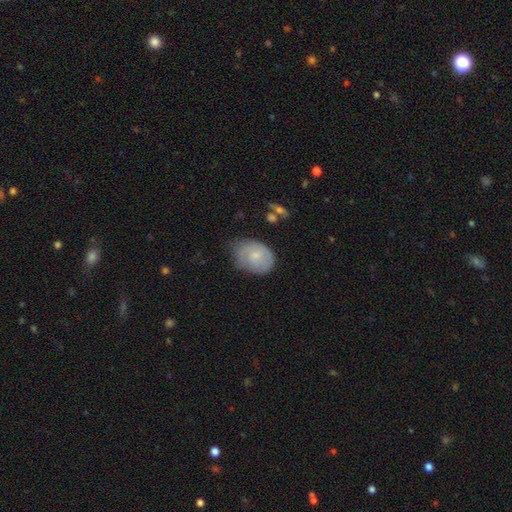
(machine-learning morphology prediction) smooth-or-featured: smooth: 59% | featured or disk: 35% | star or artifact: 7%
  how-rounded: in between: 66% | round: 33% | cigar-shaped: 1%
  merging: none: 46% | minor disturbance: 39% | major disturbance: 13% | merger: 2%